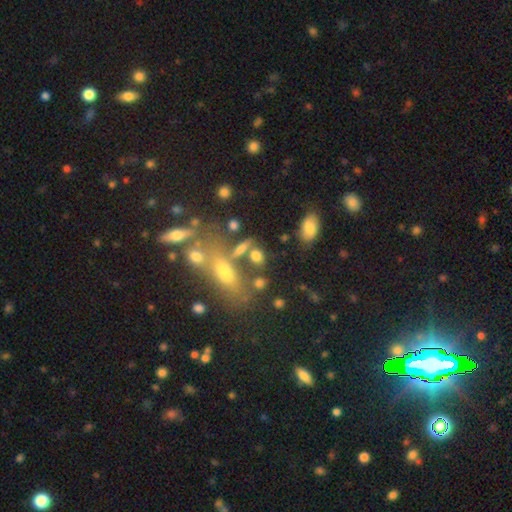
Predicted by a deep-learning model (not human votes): A smooth galaxy with no disk features (69%) that is in between round and cigar-shaped (55%). Merging: none (51%).